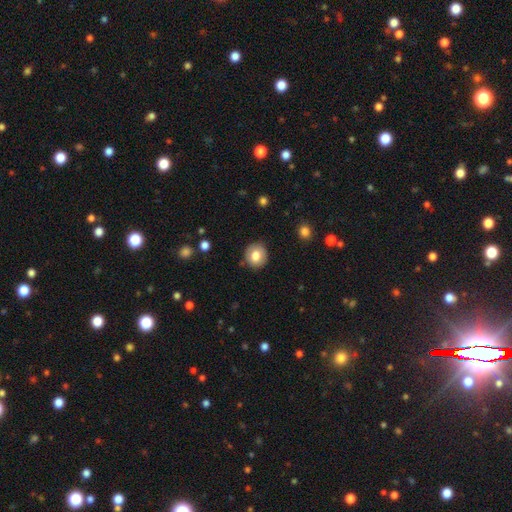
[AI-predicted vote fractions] The model was most divided on "how rounded": round: 80%, in between: 20%, cigar-shaped: 1%. More confident: merging — none (86%); smooth or featured — smooth (78%).